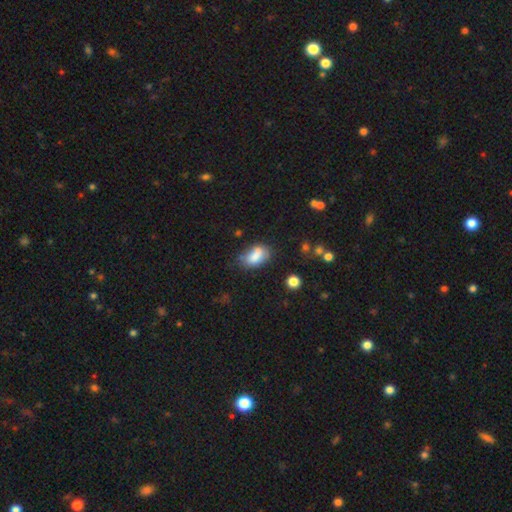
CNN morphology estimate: This is likely a smooth galaxy (78%). How rounded: clearly in between (89%). Merging: possibly none (51%).